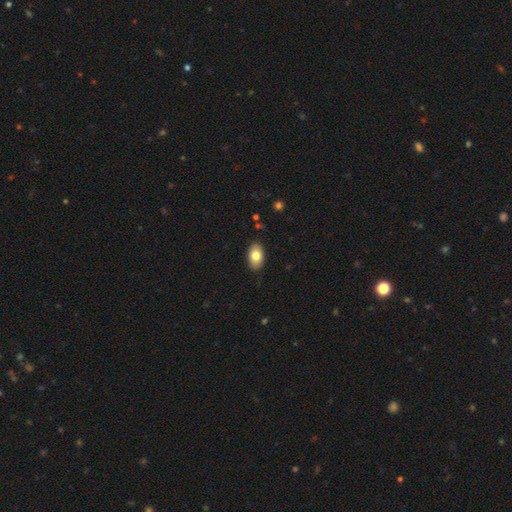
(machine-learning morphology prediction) Smooth or featured? Predicted: smooth (p=0.80). How rounded? Predicted: in between (p=0.91). Merging? Predicted: none (p=0.87).